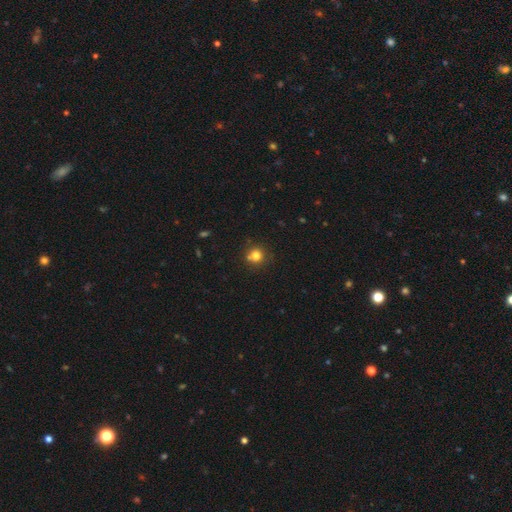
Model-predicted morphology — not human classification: type=smooth (78%); roundness=round (89%); merging=none (69%).